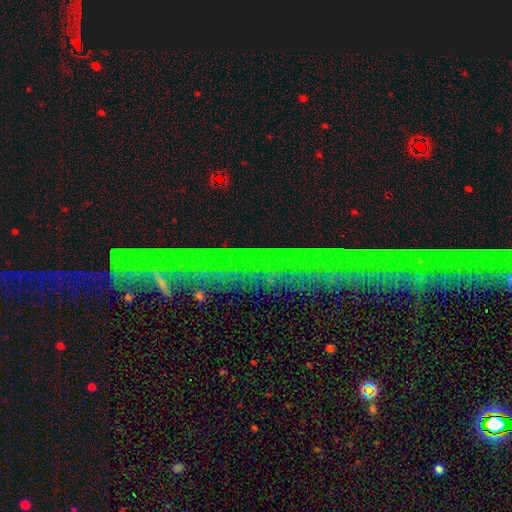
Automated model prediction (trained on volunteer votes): Morphology: type=star or artifact (82%).